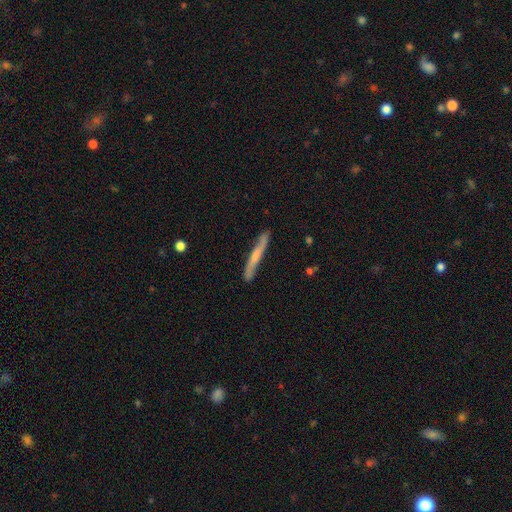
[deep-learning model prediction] featured or disk 50%, smooth 44%, star or artifact 6%. Down the decision tree: edge-on disk — yes (85%); merging — none (82%).